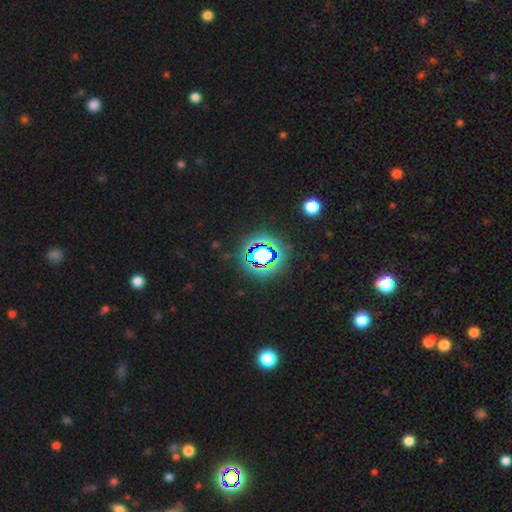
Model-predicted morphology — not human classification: This is likely a star or artifact rather than a galaxy (79%).